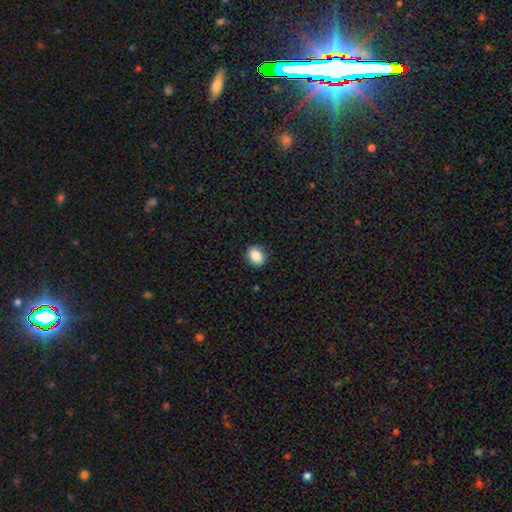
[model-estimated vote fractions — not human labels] smooth_or_featured: smooth (p=0.88) [alt: star or artifact p=0.08]
how_rounded: in between (p=0.54) [alt: round p=0.45]
merging: none (p=0.87) [alt: minor disturbance p=0.09]